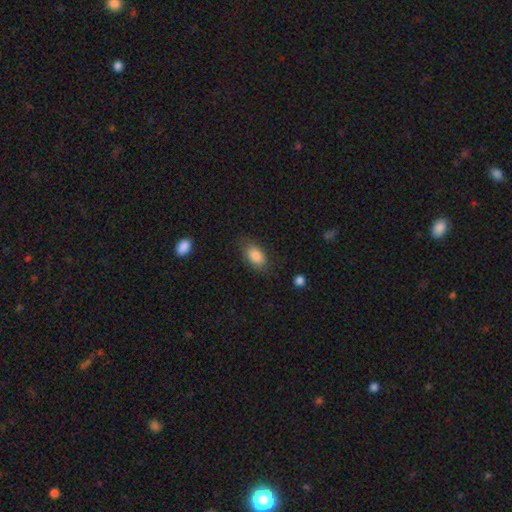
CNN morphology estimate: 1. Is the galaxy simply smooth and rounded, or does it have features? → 85% smooth, 7% star or artifact, 7% featured or disk.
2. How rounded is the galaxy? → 89% in between, 7% round, 3% cigar-shaped.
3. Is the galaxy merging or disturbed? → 78% none, 16% minor disturbance, 5% major disturbance, 1% merger.